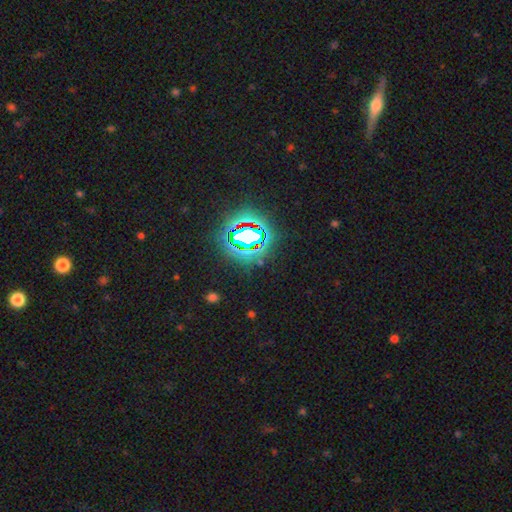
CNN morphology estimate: Overall: star or artifact (78%).